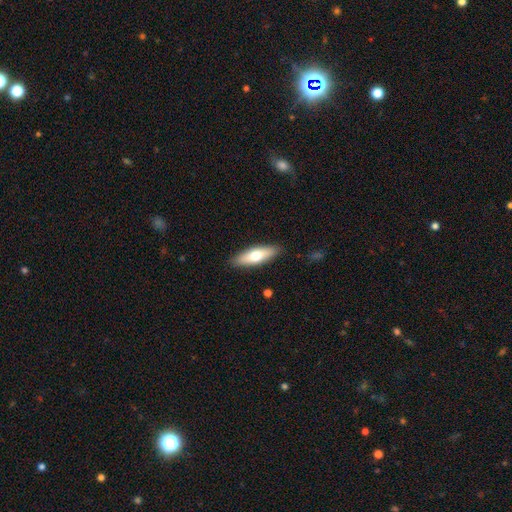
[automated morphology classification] A smooth galaxy with no disk features (66%) that is in between round and cigar-shaped (53%).

Vote fractions:
- Smooth or featured? smooth: 66% / featured or disk: 29% / star or artifact: 6%
- How rounded? in between: 53% / cigar-shaped: 45% / round: 2%
- Merging? none: 88% / minor disturbance: 9% / major disturbance: 2% / merger: 1%